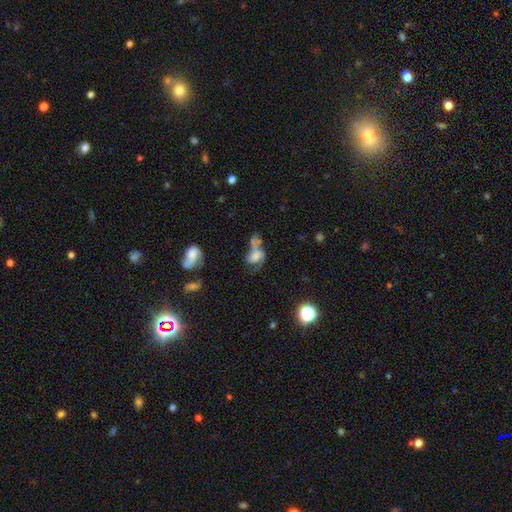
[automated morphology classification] Smooth or featured?
  - featured or disk: 48% *
  - smooth: 39%
  - star or artifact: 13%
Merging?
  - merger: 36% *
  - major disturbance: 29%
  - none: 21%
  - minor disturbance: 14%